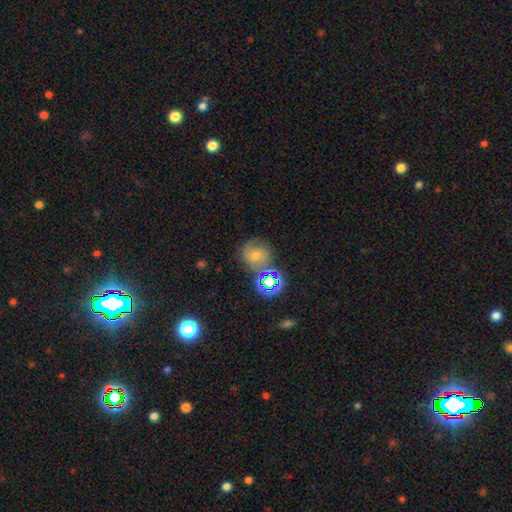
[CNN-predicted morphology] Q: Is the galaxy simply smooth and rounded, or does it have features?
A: featured or disk — 39%.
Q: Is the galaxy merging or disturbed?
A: none — 66%.